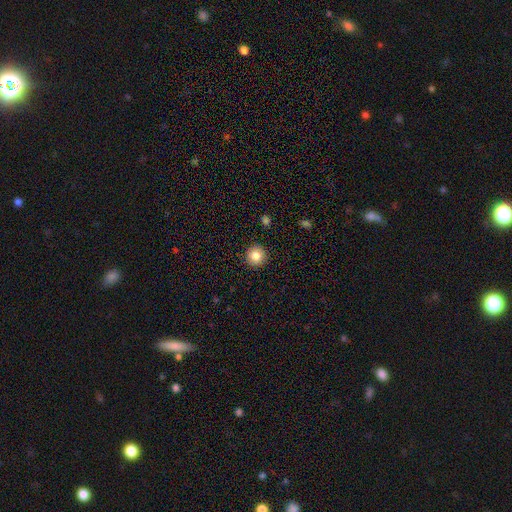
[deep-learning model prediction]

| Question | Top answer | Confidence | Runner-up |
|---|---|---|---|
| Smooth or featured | smooth | 83% | star or artifact (9%) |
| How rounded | round | 94% | in between (5%) |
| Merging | none | 92% | minor disturbance (5%) |